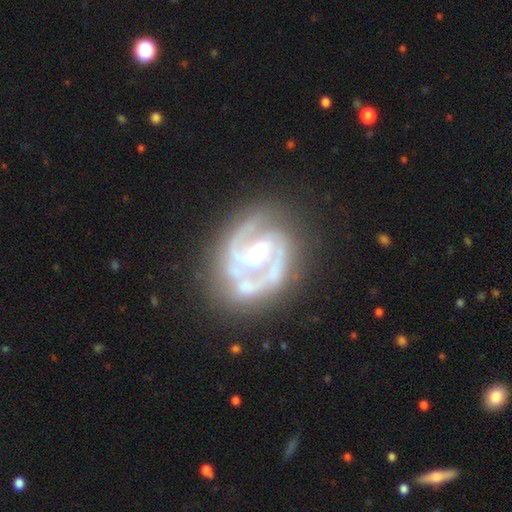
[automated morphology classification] smooth_or_featured: featured or disk (p=0.90) [alt: smooth p=0.05]
disk_edge_on: no (p=0.98) [alt: yes p=0.02]
bar: strong (p=0.51) [alt: weak p=0.38]
has_spiral_arms: yes (p=0.96) [alt: no p=0.04]
spiral_winding: medium (p=0.49) [alt: tight p=0.42]
spiral_arm_count: 2 (p=0.78) [alt: 3 p=0.08]
bulge_size: moderate (p=0.53) [alt: small p=0.29]
merging: none (p=0.66) [alt: minor disturbance p=0.19]